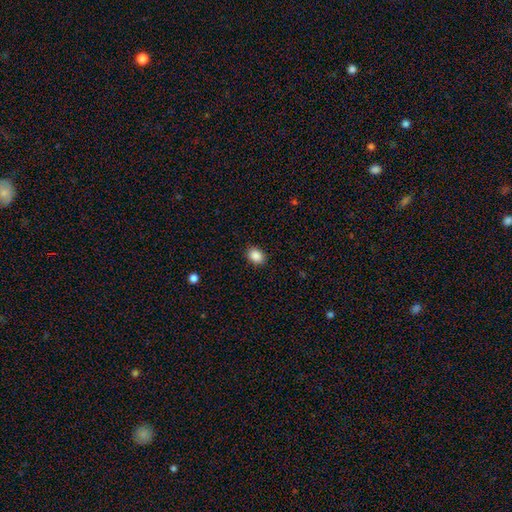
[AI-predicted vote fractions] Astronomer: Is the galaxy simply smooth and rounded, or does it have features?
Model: smooth — 88%.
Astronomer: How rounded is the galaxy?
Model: in between — 64%.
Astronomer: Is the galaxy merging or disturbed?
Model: none — 89%.